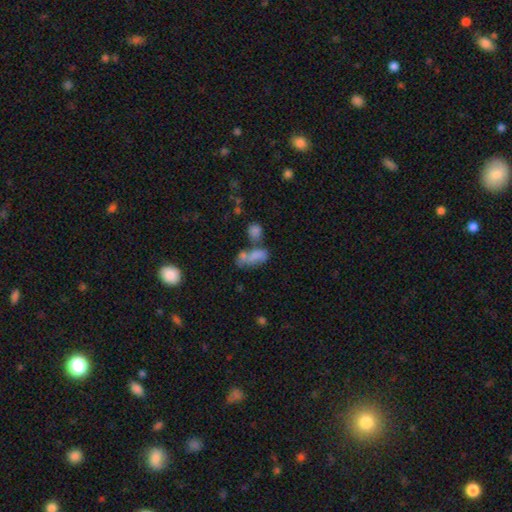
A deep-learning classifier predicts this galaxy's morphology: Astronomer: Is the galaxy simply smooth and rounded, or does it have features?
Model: smooth — 66%.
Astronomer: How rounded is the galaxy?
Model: in between — 84%.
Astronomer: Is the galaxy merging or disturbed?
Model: merger — 49% (runner-up: none, 25%).